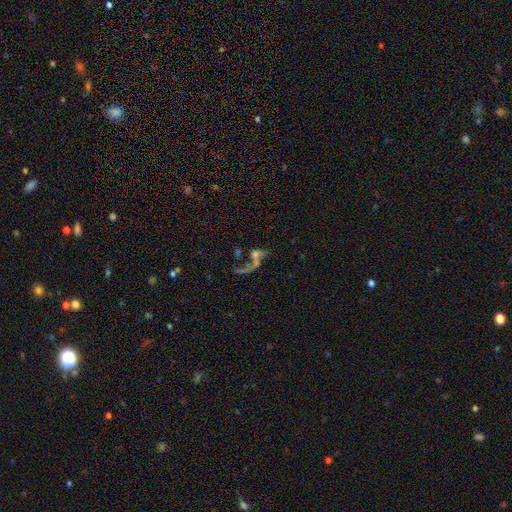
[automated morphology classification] The model was most divided on "merging": merger: 43%, major disturbance: 28%, none: 21%, minor disturbance: 9%. Remaining: smooth or featured — featured or disk (50%).